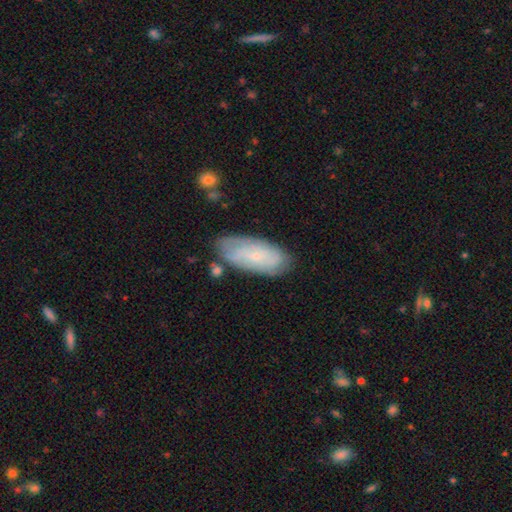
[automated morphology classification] Overall: featured or disk (53%; smooth 40%). Edge-on disk: no (89%). Merging: none (72%).